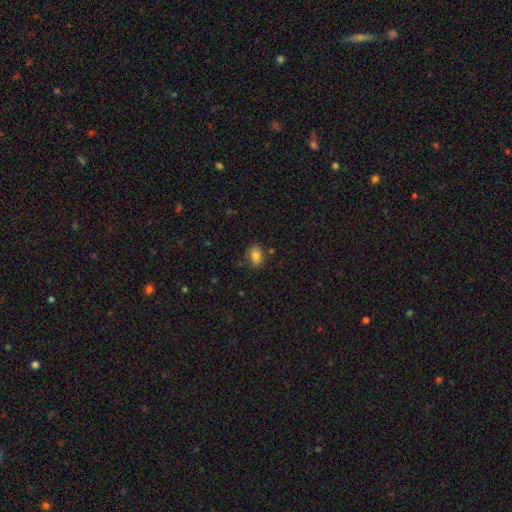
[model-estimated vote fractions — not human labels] smooth-or-featured: smooth: 82% | star or artifact: 10% | featured or disk: 8%
  how-rounded: in between: 73% | round: 26% | cigar-shaped: 1%
  merging: none: 78% | minor disturbance: 14% | merger: 5% | major disturbance: 3%